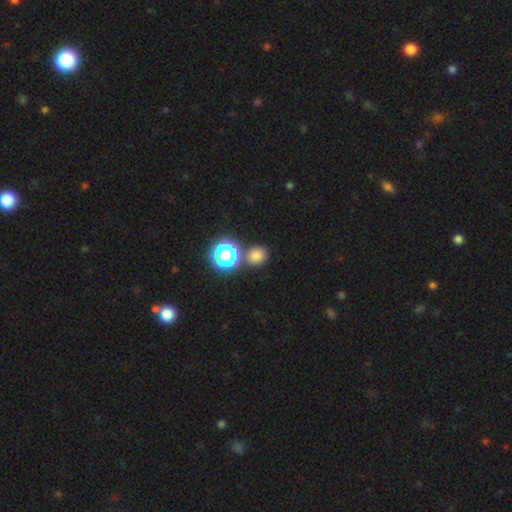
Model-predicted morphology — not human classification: Smooth or featured? smooth (71%)
How rounded? round (81%)
Merging? none (75%)